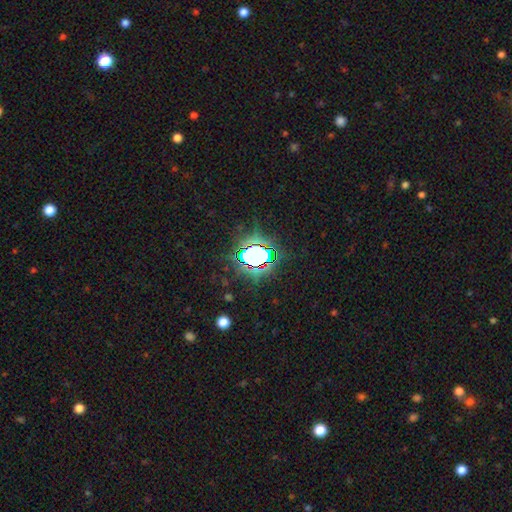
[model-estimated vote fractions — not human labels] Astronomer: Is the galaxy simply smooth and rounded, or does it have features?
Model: star or artifact — 70%.